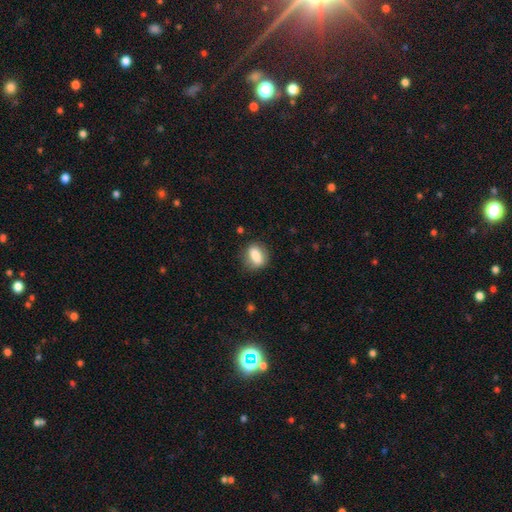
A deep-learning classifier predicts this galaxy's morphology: smooth_or_featured: smooth (p=0.82) [alt: featured or disk p=0.10]
how_rounded: in between (p=0.71) [alt: round p=0.22]
merging: none (p=0.77) [alt: minor disturbance p=0.16]